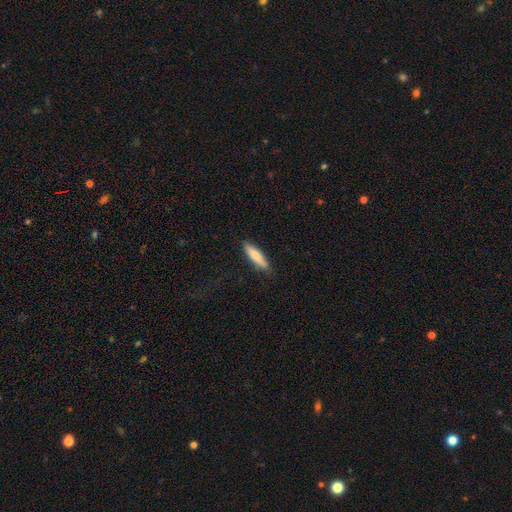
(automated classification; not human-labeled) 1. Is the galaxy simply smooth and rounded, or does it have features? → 81% smooth, 14% featured or disk, 6% star or artifact.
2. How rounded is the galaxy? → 75% cigar-shaped, 24% in between, 1% round.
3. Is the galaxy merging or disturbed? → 84% none, 13% minor disturbance, 3% major disturbance, 1% merger.